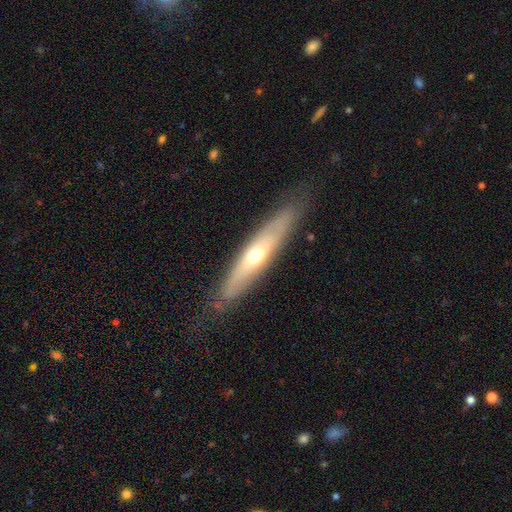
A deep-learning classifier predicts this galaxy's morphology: Smooth or featured?
  - featured or disk: 53% *
  - smooth: 41%
  - star or artifact: 6%
Edge-on disk?
  - yes: 68% *
  - no: 32%
Merging?
  - none: 80% *
  - minor disturbance: 15%
  - major disturbance: 4%
  - merger: 1%